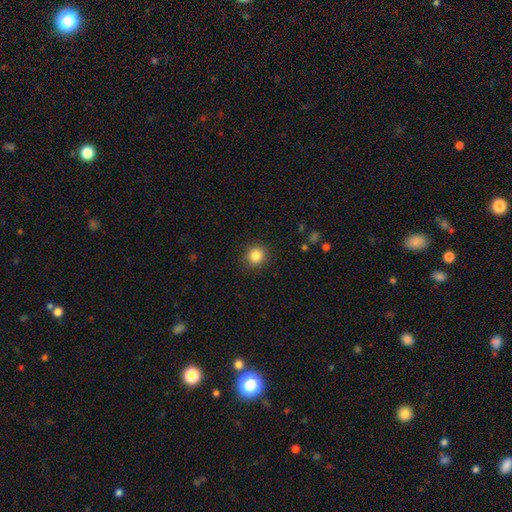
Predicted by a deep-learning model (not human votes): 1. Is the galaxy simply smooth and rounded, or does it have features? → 85% smooth, 10% star or artifact, 5% featured or disk.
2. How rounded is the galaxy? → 90% round, 9% in between, 1% cigar-shaped.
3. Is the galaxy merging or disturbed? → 90% none, 7% minor disturbance, 2% major disturbance, 1% merger.